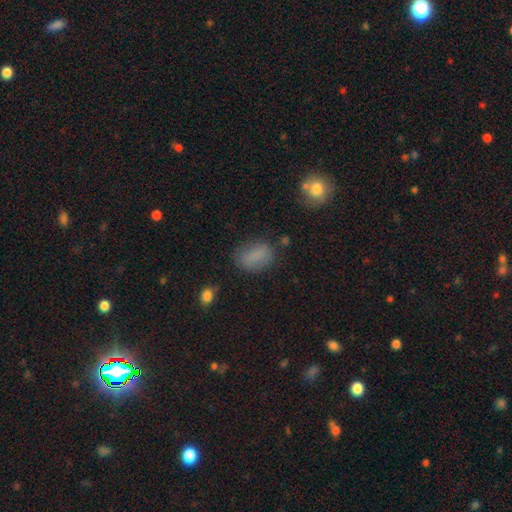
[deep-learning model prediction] Morphology: type=smooth (81%); roundness=in between (86%); merging=none (74%).